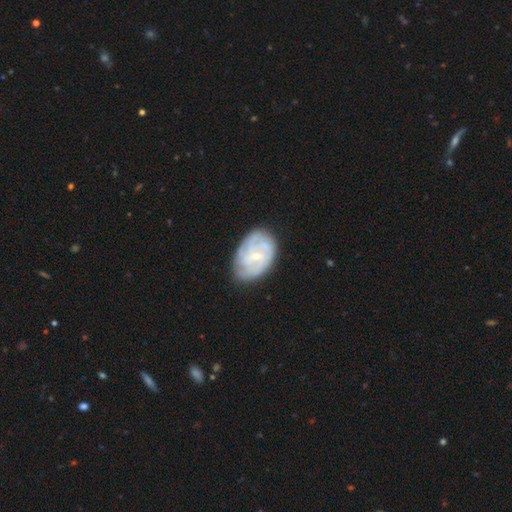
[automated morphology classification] Q: Smooth or featured?
A: featured or disk (71%); runner-up: smooth (22%)
Q: Edge-on disk?
A: no (97%); runner-up: yes (3%)
Q: Bar?
A: no (51%); runner-up: weak (42%)
Q: Spiral arms?
A: yes (87%); runner-up: no (13%)
Q: Spiral winding?
A: tight (55%); runner-up: medium (34%)
Q: Spiral arm count?
A: can't tell (41%); runner-up: 3 (19%)
Q: Bulge size?
A: small (71%); runner-up: moderate (24%)
Q: Merging?
A: none (73%); runner-up: minor disturbance (20%)